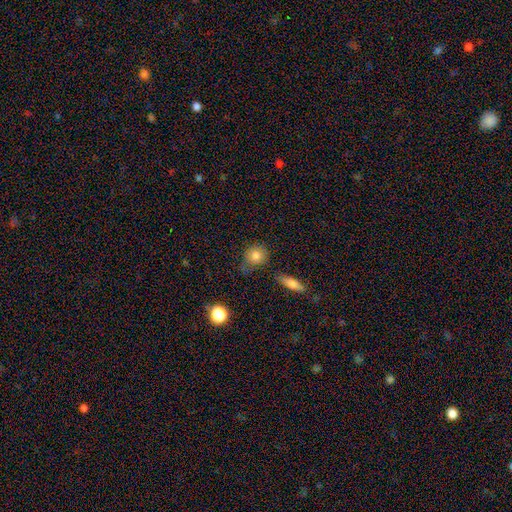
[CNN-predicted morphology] Smooth or featured: smooth — 83% (star or artifact — 9%)
How rounded: round — 76% (in between — 22%)
Merging: none — 65% (minor disturbance — 23%)